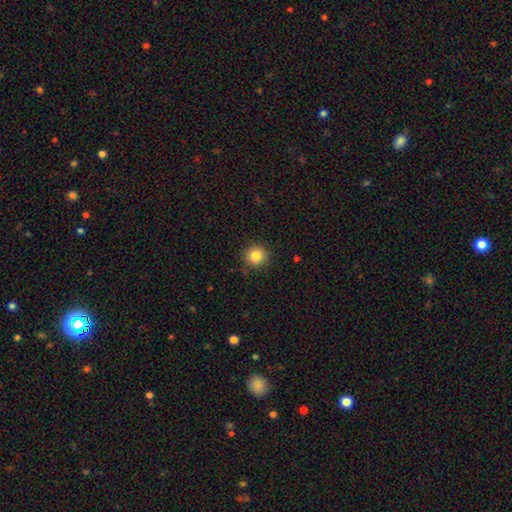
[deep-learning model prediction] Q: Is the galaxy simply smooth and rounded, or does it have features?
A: smooth — 84%.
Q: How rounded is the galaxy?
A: round — 93%.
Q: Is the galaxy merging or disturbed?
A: none — 90%.